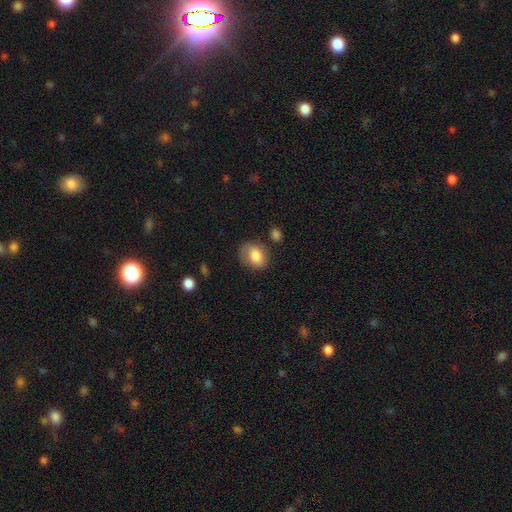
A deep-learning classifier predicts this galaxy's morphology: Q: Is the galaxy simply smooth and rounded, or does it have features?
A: smooth — 77%.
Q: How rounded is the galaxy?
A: in between — 62%.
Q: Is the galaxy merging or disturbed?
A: none — 68%.